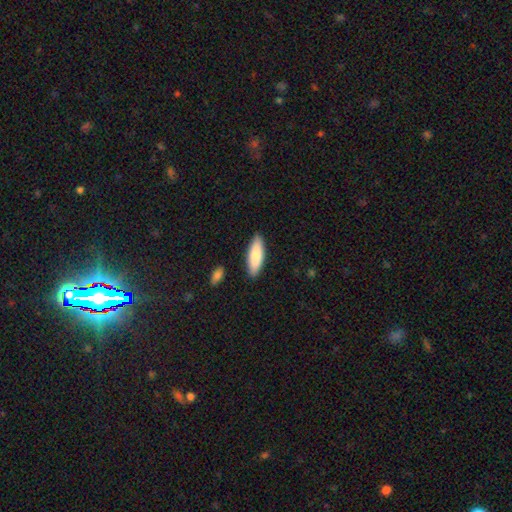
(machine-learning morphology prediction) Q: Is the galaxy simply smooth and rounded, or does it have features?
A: smooth — 82%.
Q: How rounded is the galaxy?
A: in between — 58%.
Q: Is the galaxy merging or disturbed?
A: none — 88%.